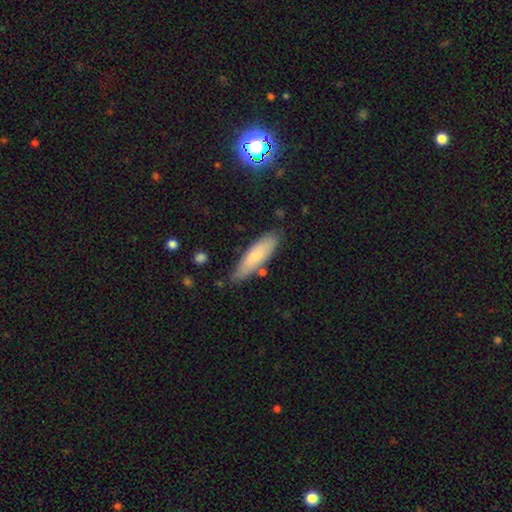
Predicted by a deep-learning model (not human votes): smooth-or-featured: smooth: 77% | featured or disk: 17% | star or artifact: 6%
  how-rounded: cigar-shaped: 62% | in between: 37% | round: 1%
  merging: none: 77% | minor disturbance: 16% | merger: 4% | major disturbance: 3%